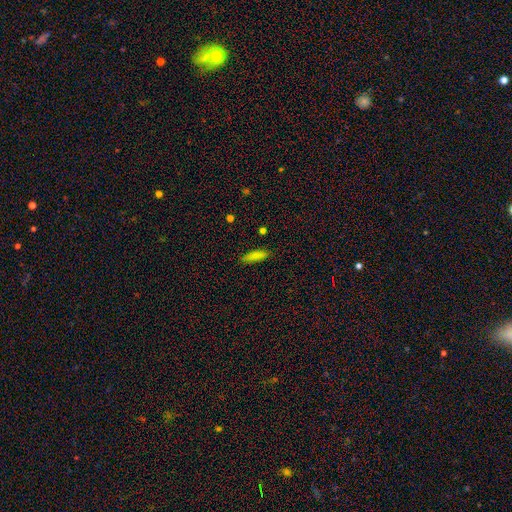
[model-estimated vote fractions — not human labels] A smooth galaxy with no disk features (83%) that is cigar-shaped (58%).

Vote fractions:
- Smooth or featured? smooth: 83% / star or artifact: 9% / featured or disk: 8%
- How rounded? cigar-shaped: 58% / in between: 41% / round: 2%
- Merging? none: 86% / minor disturbance: 10% / major disturbance: 2% / merger: 1%